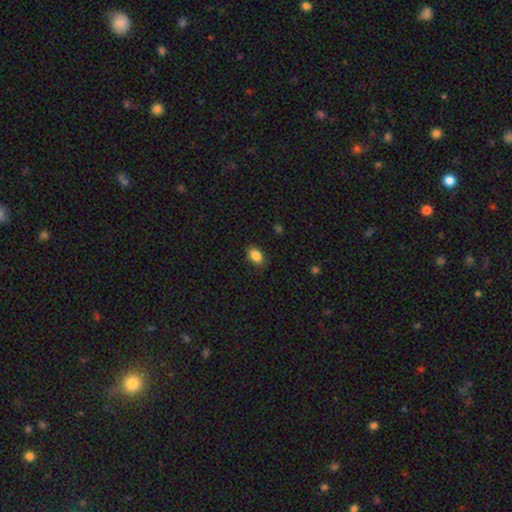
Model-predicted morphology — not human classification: This is clearly a smooth galaxy (86%). How rounded: clearly in between (84%). Merging: clearly none (85%).